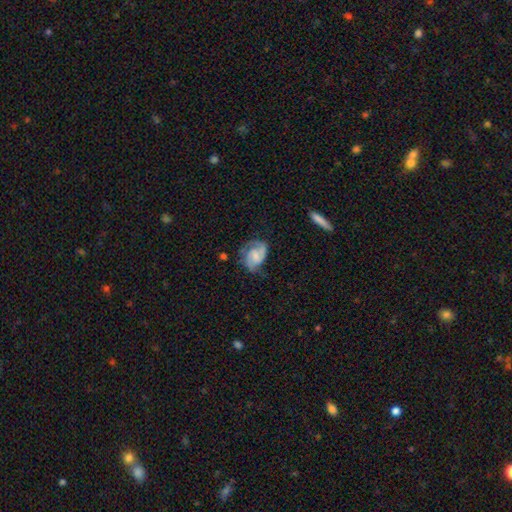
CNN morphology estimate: Smooth or featured? featured or disk (67%)
Edge-on disk? no (97%)
Bar? weak (45%)
Spiral arms? yes (89%)
Spiral winding? medium (47%)
Spiral arm count? 2 (69%)
Bulge size? small (41%)
Merging? none (52%)